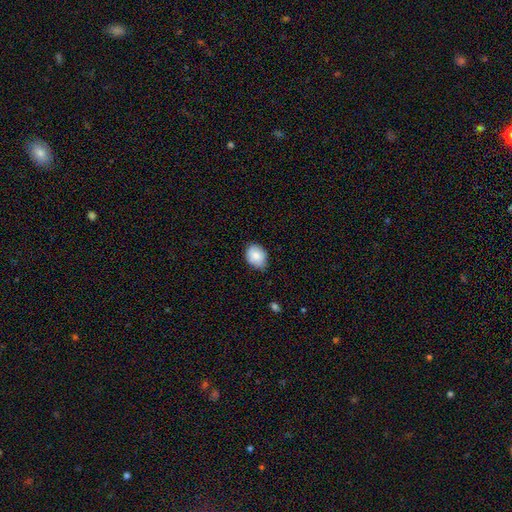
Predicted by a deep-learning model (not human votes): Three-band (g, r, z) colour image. It shows a smooth galaxy with no disk features (83%) that is in between round and cigar-shaped (58%). Merging: none (64%).